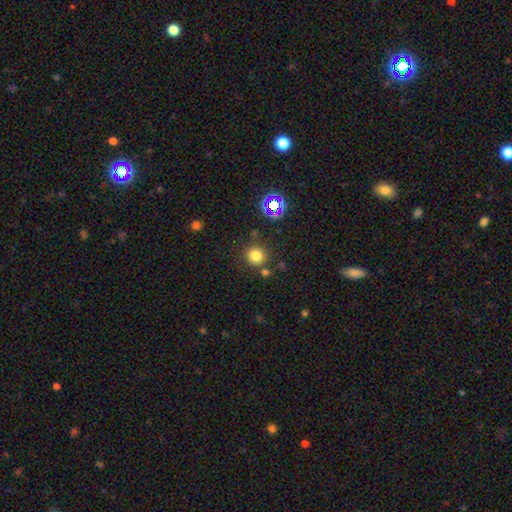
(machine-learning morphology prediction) This appears to be a smooth galaxy with no disk features (76%) that is round (93%). Merging: none (80%).